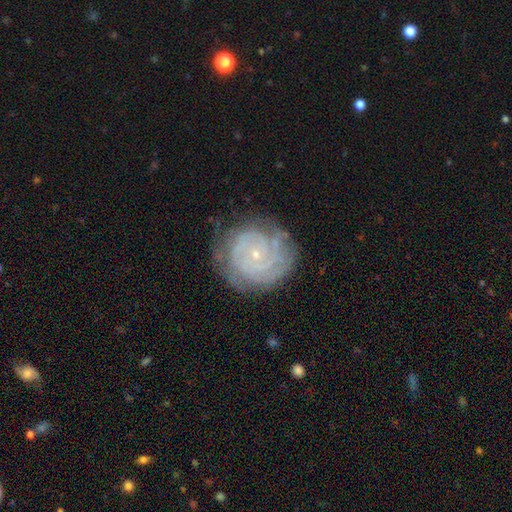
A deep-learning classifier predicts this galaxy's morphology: This is likely a featured or disk galaxy (78%). It is clearly not viewed edge-on (98%). Bar: clearly no (82%). Spiral arm pattern: clearly yes (92%). Spiral arm count: marginally can't tell (41%). Spiral winding: clearly tight (82%). Central bulge: clearly small (87%). Merging: likely none (74%).